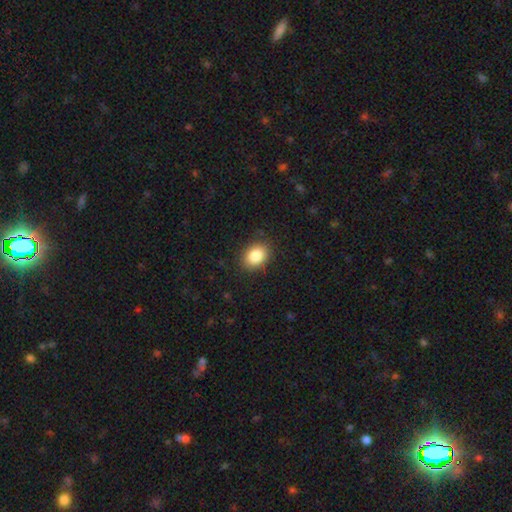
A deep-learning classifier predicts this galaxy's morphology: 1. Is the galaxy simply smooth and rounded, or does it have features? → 87% smooth, 8% star or artifact, 5% featured or disk.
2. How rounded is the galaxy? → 65% in between, 34% round, 1% cigar-shaped.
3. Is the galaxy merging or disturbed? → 86% none, 10% minor disturbance, 3% major disturbance, 1% merger.